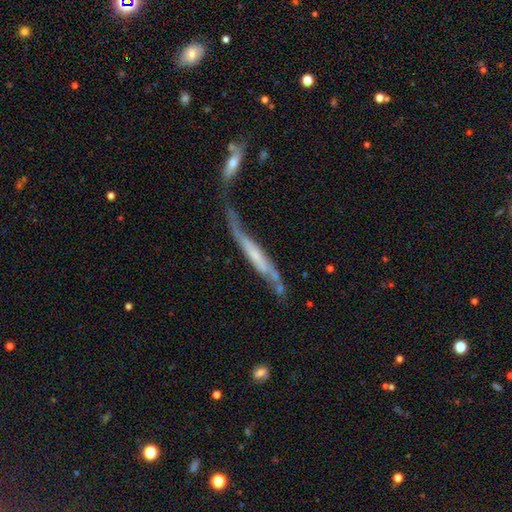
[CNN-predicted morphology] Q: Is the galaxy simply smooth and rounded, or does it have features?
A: featured or disk — 66%.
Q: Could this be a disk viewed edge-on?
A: yes — 67%.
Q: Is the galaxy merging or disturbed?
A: merger — 31%, tied with none.